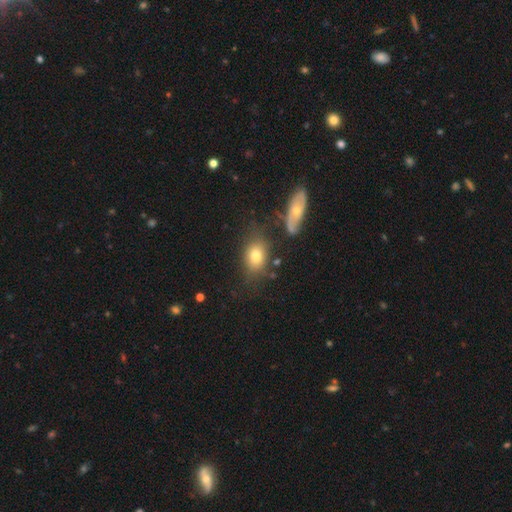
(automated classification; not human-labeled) smooth-or-featured: smooth: 75% | featured or disk: 15% | star or artifact: 10%
  how-rounded: in between: 75% | round: 22% | cigar-shaped: 3%
  merging: none: 68% | minor disturbance: 16% | merger: 10% | major disturbance: 6%